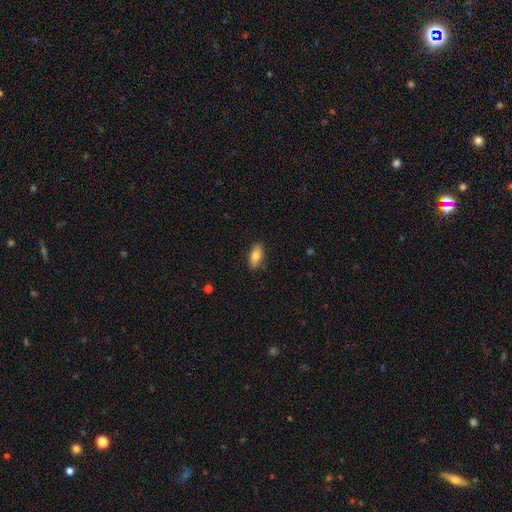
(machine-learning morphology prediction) Smooth or featured? Predicted: smooth (p=0.78). How rounded? Predicted: in between (p=0.84). Merging? Predicted: none (p=0.85).